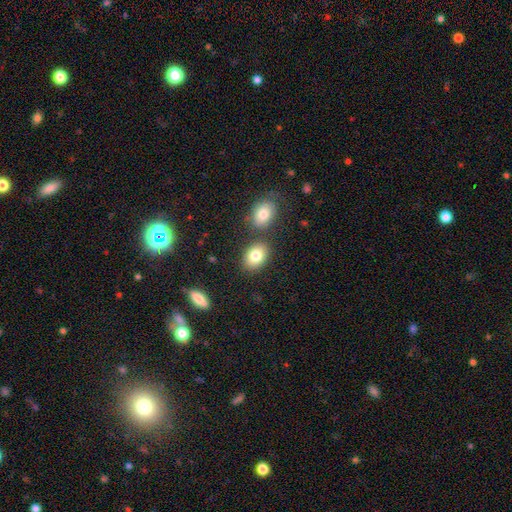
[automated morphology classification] smooth_or_featured: smooth (p=0.81) [alt: featured or disk p=0.10]
how_rounded: in between (p=0.79) [alt: round p=0.20]
merging: none (p=0.73) [alt: merger p=0.13]